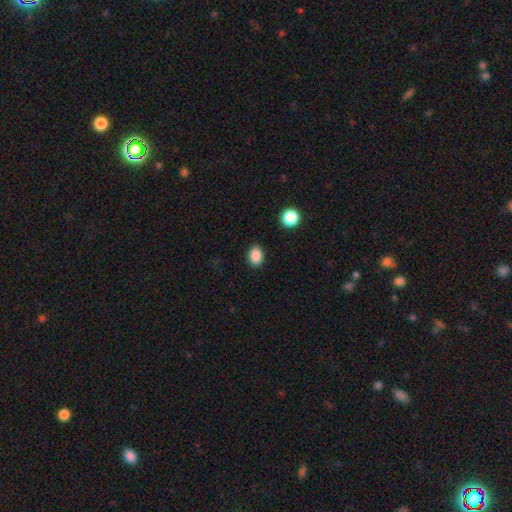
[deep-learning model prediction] This appears to be a smooth galaxy with no disk features (88%) that is in between round and cigar-shaped (68%). Merging: none (88%).